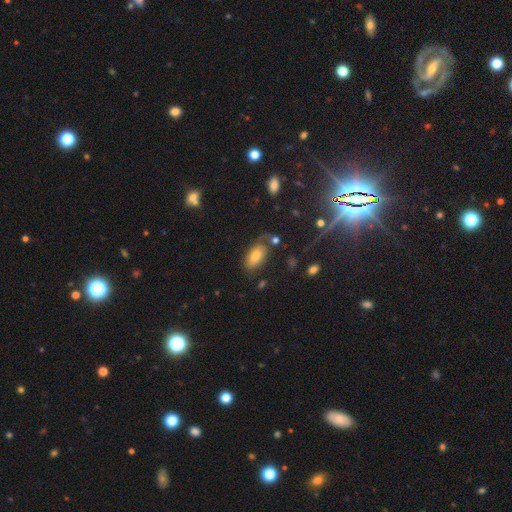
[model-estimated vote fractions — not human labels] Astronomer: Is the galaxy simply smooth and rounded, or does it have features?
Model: smooth — 64%.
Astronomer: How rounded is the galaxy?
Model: in between — 92%.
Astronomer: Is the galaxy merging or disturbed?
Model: none — 57%.